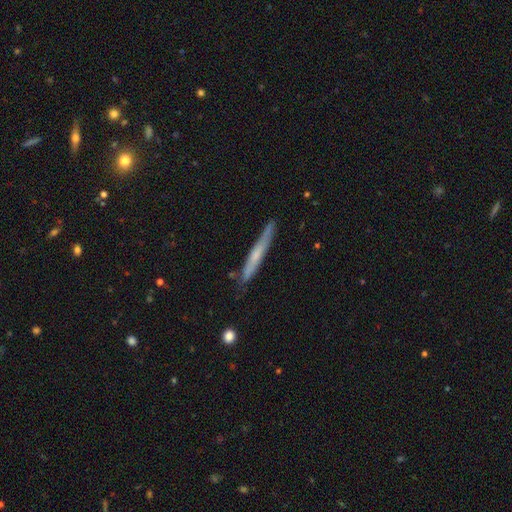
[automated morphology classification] Smooth or featured: featured or disk — 51% (smooth — 43%)
Edge-on disk: yes — 92% (no — 8%)
Merging: none — 79% (minor disturbance — 16%)